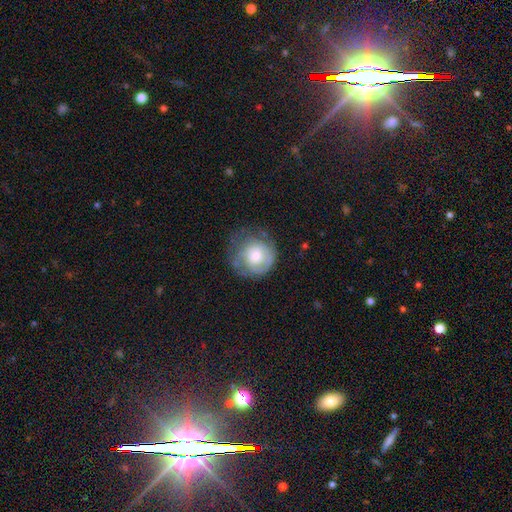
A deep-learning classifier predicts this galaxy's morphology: This appears to be a featured or disk galaxy (51%). Merging: none (57%).